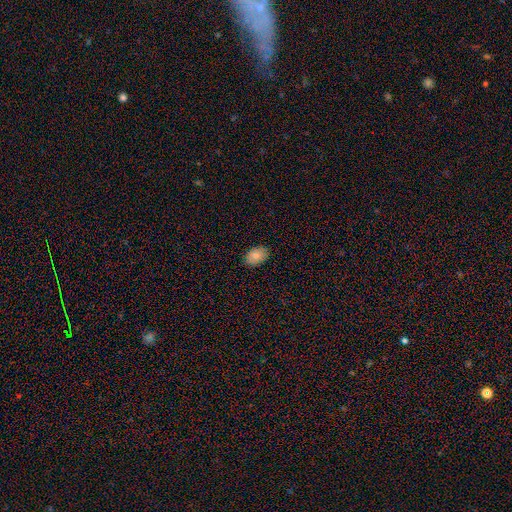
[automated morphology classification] A smooth galaxy with no disk features (78%) that is in between round and cigar-shaped (85%).

Vote fractions:
- Smooth or featured? smooth: 78% / featured or disk: 14% / star or artifact: 8%
- How rounded? in between: 85% / round: 14% / cigar-shaped: 1%
- Merging? none: 86% / minor disturbance: 11% / major disturbance: 2% / merger: 1%